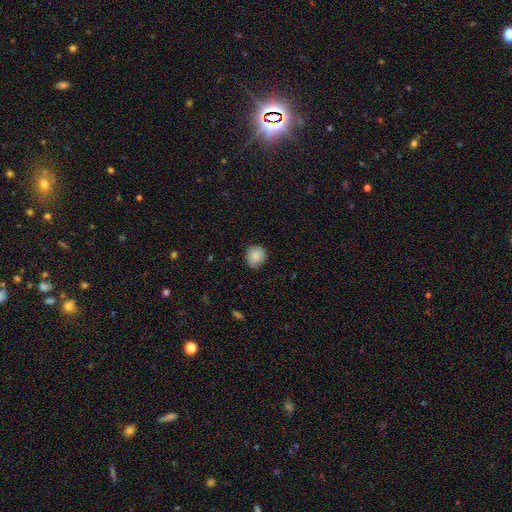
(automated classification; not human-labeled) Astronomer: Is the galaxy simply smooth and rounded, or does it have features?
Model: smooth — 87%.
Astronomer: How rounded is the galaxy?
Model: round — 82%.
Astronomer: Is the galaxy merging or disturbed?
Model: none — 83%.